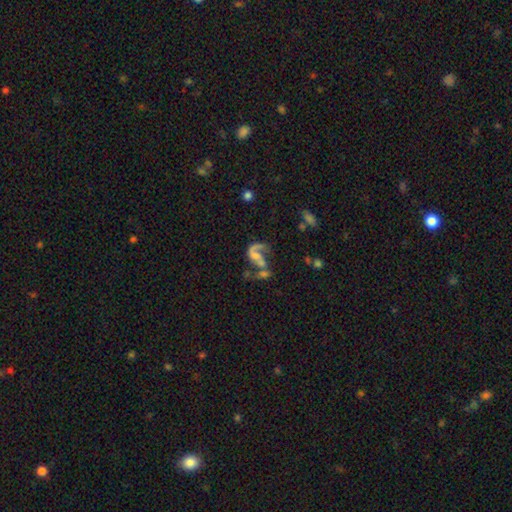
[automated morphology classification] featured or disk 71%, smooth 18%, star or artifact 11%. Down the decision tree: edge-on disk — no (97%); bar — no (52%); spiral arms — yes (81%); spiral arm count — 1 (51%); spiral winding — loose (63%); bulge size — none (43%); merging — merger (39%).